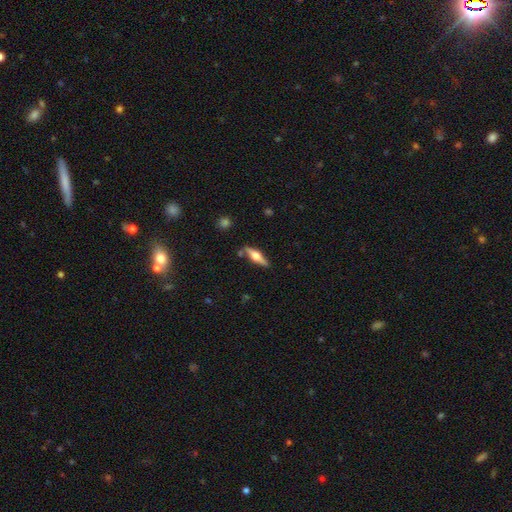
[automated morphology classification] Overall: featured or disk (62%; smooth 32%). Edge-on disk: yes (95%). Edge-on bulge: rounded (92%). Merging: none (81%).